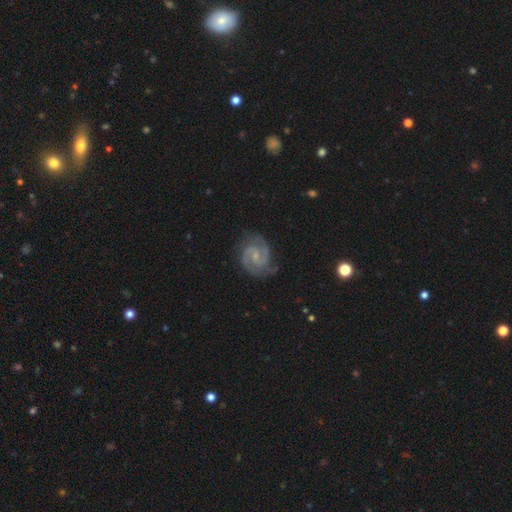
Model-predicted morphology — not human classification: type=featured or disk (91%); edge-on=no (98%); bar=weak (51%); spiral arms=yes (98%); winding=medium (50%); arm count=2 (90%); bulge=small (60%); merging=none (79%).